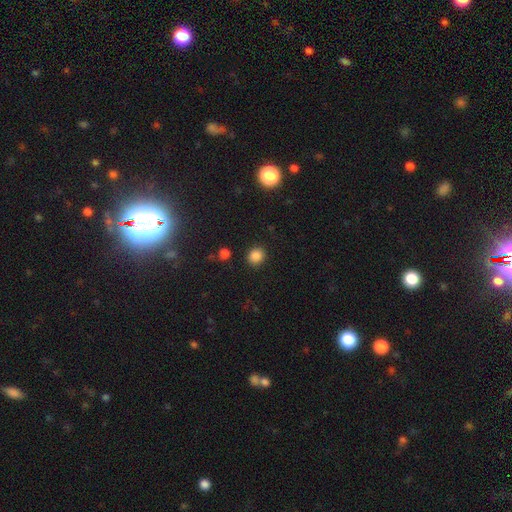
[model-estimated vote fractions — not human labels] A smooth galaxy with no disk features (85%) that is round (76%).

Vote fractions:
- Smooth or featured? smooth: 85% / star or artifact: 12% / featured or disk: 4%
- How rounded? round: 76% / in between: 23% / cigar-shaped: 1%
- Merging? none: 88% / minor disturbance: 7% / major disturbance: 3% / merger: 2%